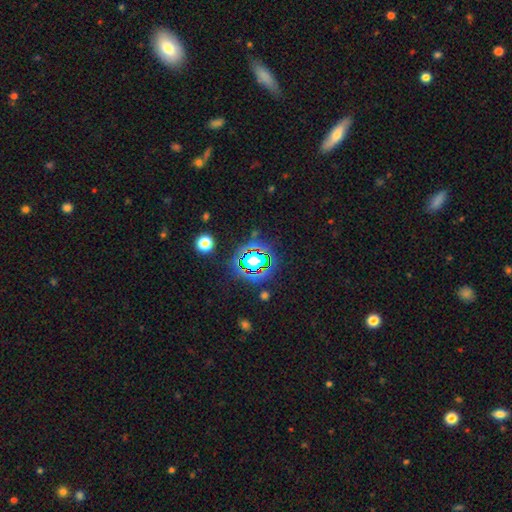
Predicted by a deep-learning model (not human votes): star or artifact 78%, smooth 13%, featured or disk 9%.